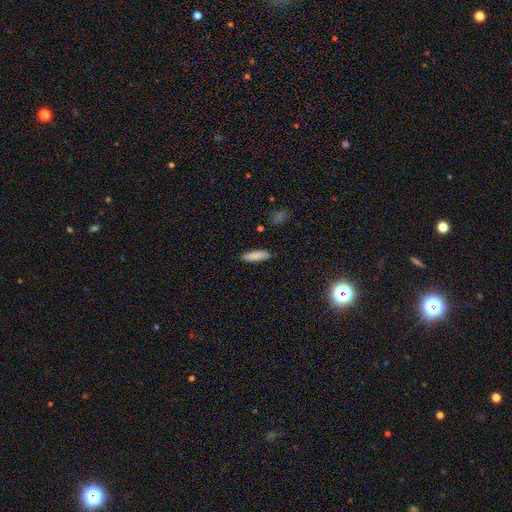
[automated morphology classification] A smooth galaxy with no disk features (87%) that is cigar-shaped (61%). Merging: none (88%).